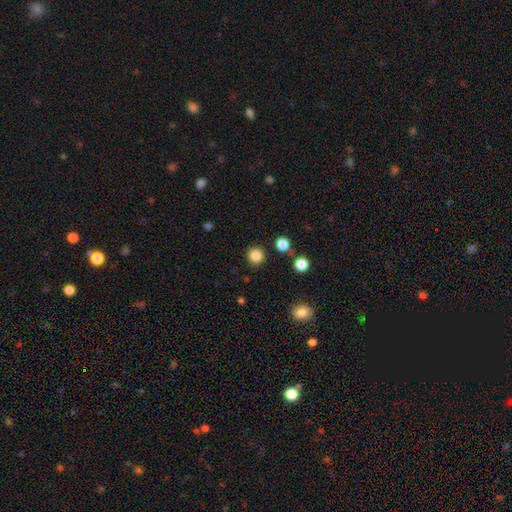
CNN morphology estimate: Smooth or featured? Predicted: smooth (p=0.85). How rounded? Predicted: round (p=0.94). Merging? Predicted: none (p=0.90).